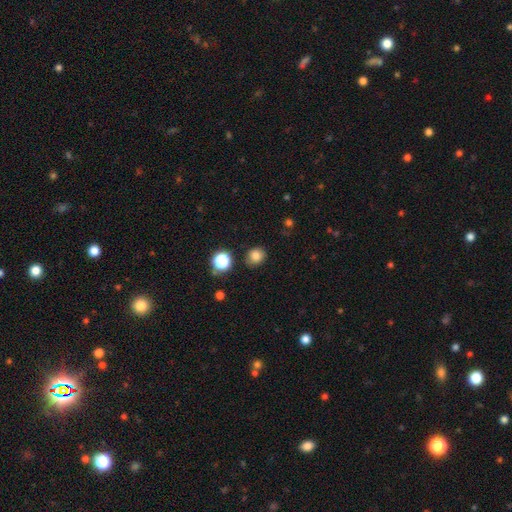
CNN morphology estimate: This is clearly a smooth galaxy (81%). How rounded: likely round (74%). Merging: clearly none (85%).